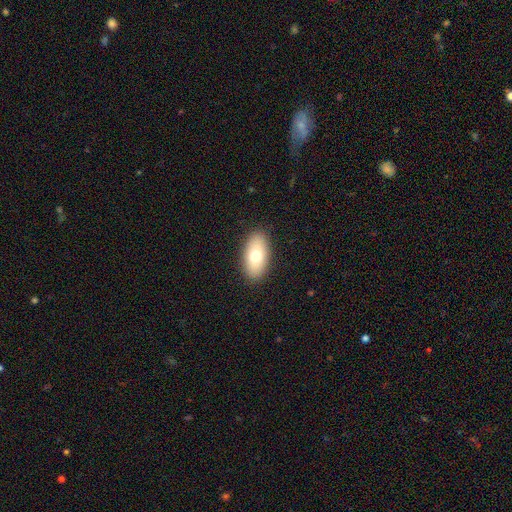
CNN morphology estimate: Smooth or featured?
  - smooth: 71% *
  - featured or disk: 21%
  - star or artifact: 8%
How rounded?
  - in between: 91% *
  - cigar-shaped: 5%
  - round: 5%
Merging?
  - none: 88% *
  - minor disturbance: 8%
  - major disturbance: 2%
  - merger: 1%